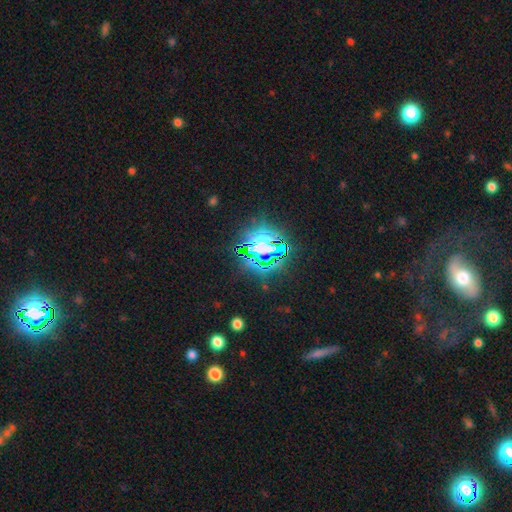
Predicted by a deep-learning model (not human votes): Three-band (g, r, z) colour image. It shows a star or artifact, not a galaxy (74%).